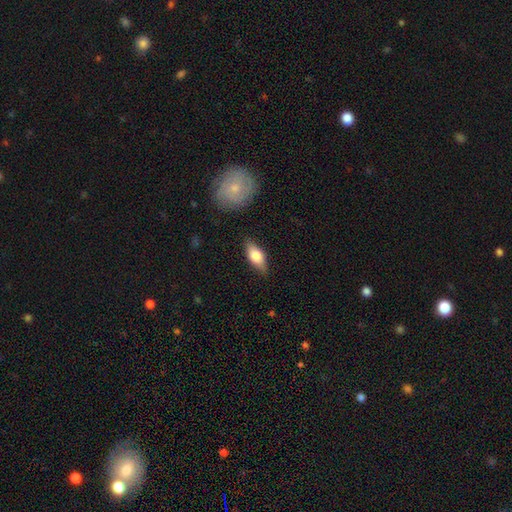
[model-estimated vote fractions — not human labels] This appears to be a smooth galaxy with no disk features (66%) that is in between round and cigar-shaped (78%). Merging: none (82%).